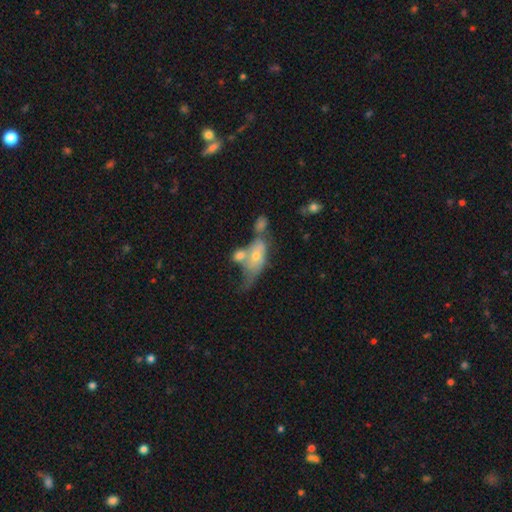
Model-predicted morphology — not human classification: Smooth or featured? Predicted: smooth (p=0.45). Merging? Predicted: merger (p=0.47).